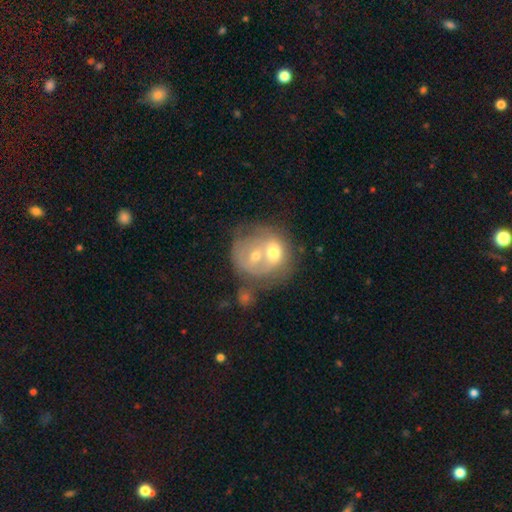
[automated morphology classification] The model was most divided on "smooth or featured" (2-way tie): smooth: 46%, featured or disk: 46%, star or artifact: 7%. More confident: merging — merger (73%).